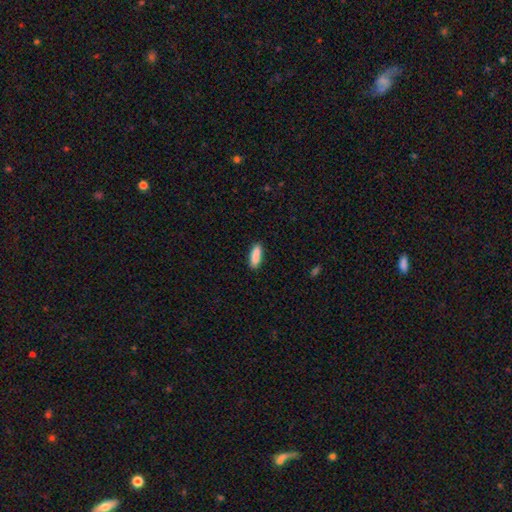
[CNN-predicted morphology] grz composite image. It shows a smooth galaxy with no disk features (89%) that is in between round and cigar-shaped (59%). Merging: none (89%).